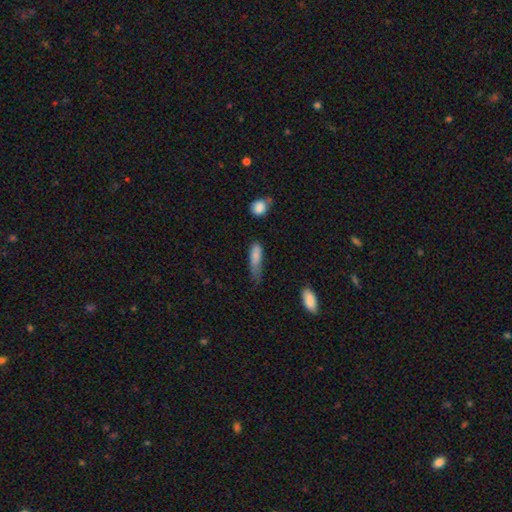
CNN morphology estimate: smooth 80%, featured or disk 12%, star or artifact 8%. Down the decision tree: how rounded — cigar-shaped (50%); merging — minor disturbance (43%).